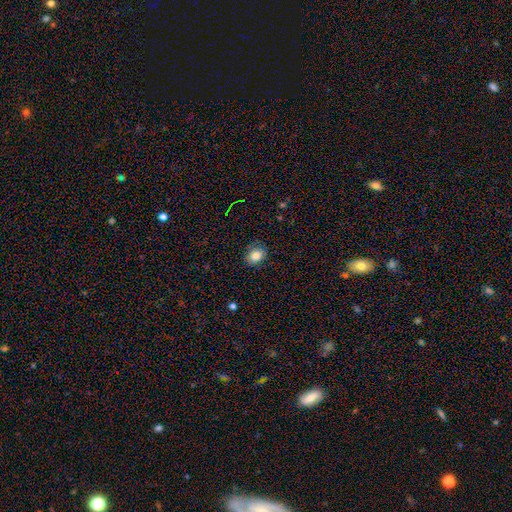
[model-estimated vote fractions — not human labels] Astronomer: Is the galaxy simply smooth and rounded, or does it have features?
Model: smooth — 84%.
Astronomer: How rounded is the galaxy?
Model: in between — 58% (runner-up: round, 41%).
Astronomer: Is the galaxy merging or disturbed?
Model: none — 84%.